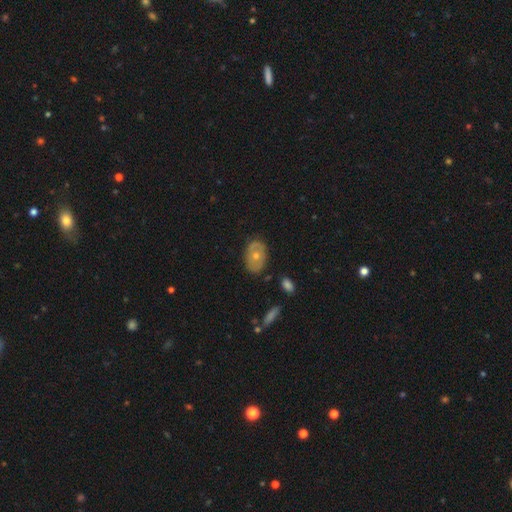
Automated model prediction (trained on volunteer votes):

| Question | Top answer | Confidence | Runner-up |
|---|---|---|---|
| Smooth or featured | smooth | 48% | featured or disk (44%) |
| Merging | none | 73% | minor disturbance (20%) |